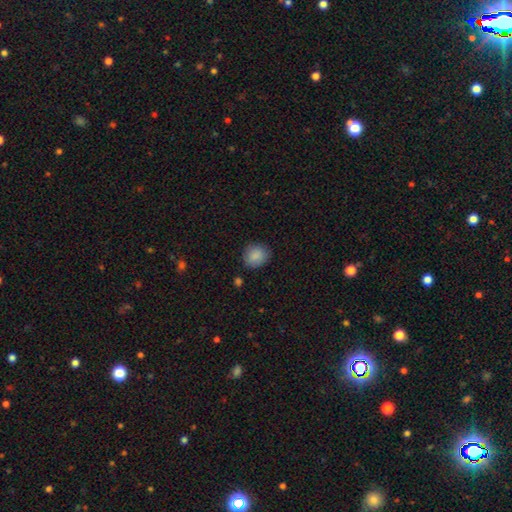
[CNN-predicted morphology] This is clearly a smooth galaxy (88%). How rounded: likely round (75%). Merging: clearly none (83%).